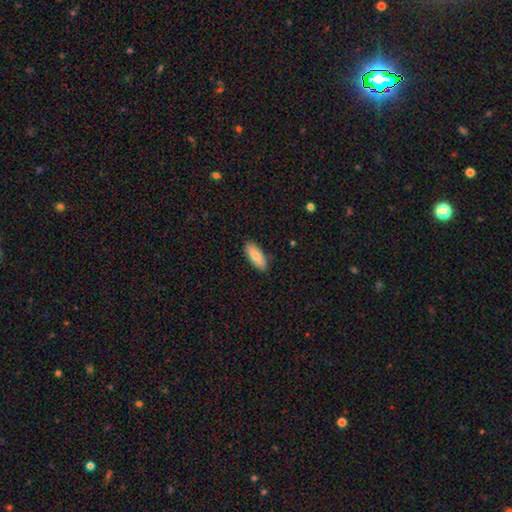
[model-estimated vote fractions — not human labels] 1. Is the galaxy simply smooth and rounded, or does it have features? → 84% smooth, 10% featured or disk, 6% star or artifact.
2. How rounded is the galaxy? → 77% in between, 22% cigar-shaped, 2% round.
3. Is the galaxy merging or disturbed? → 87% none, 10% minor disturbance, 2% major disturbance, 1% merger.